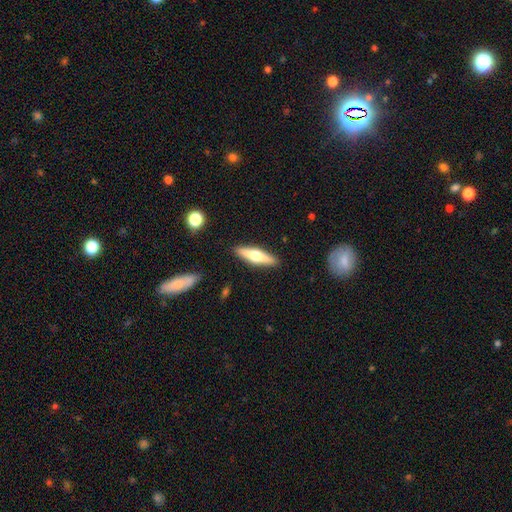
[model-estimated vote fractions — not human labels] smooth-or-featured: featured or disk: 52% | smooth: 43% | star or artifact: 5%
  disk-edge-on: yes: 93% | no: 7%
  merging: none: 90% | minor disturbance: 7% | major disturbance: 2% | merger: 1%